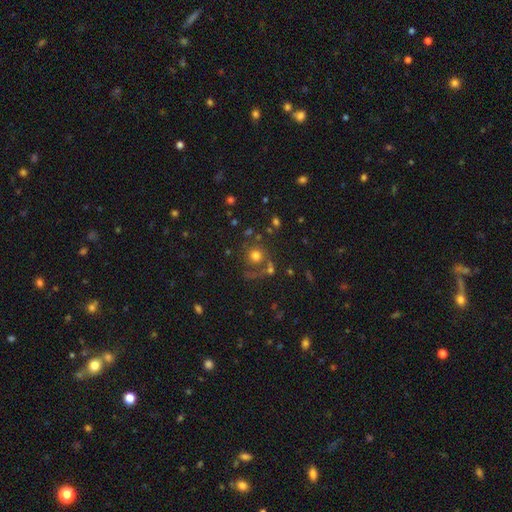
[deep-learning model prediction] Overall: smooth (67%). How rounded: round (90%). Merging: none (60%).